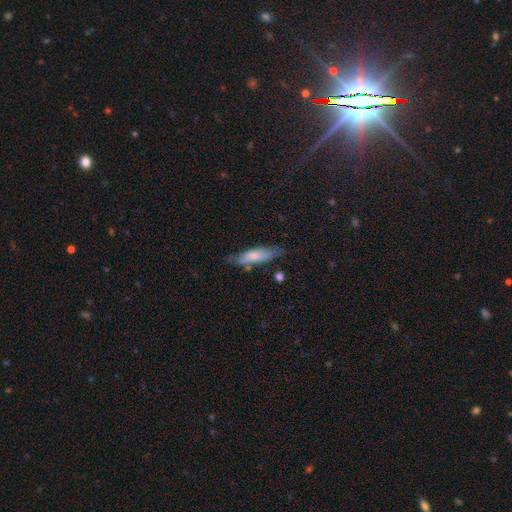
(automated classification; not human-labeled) A smooth galaxy with no disk features (68%) that is cigar-shaped (54%).

Vote fractions:
- Smooth or featured? smooth: 68% / featured or disk: 26% / star or artifact: 6%
- How rounded? cigar-shaped: 54% / in between: 44% / round: 2%
- Merging? none: 66% / minor disturbance: 24% / major disturbance: 6% / merger: 4%